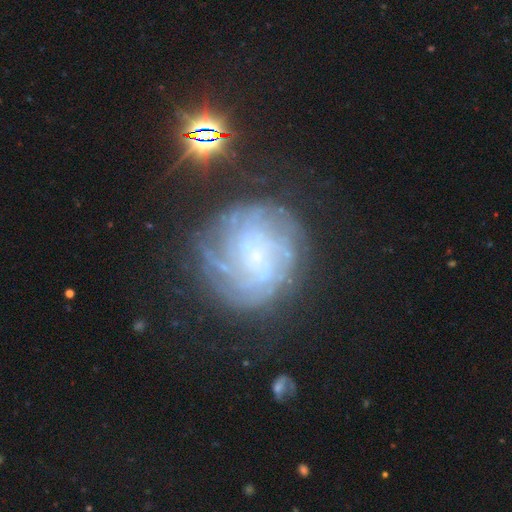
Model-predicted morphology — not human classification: This is likely a featured or disk galaxy (72%). It is clearly not viewed edge-on (97%). Bar: likely no (69%). Spiral arm pattern: clearly yes (87%). Spiral arm count: possibly can't tell (47%). Spiral winding: likely tight (64%). Central bulge: possibly small (59%). Merging: likely none (65%).